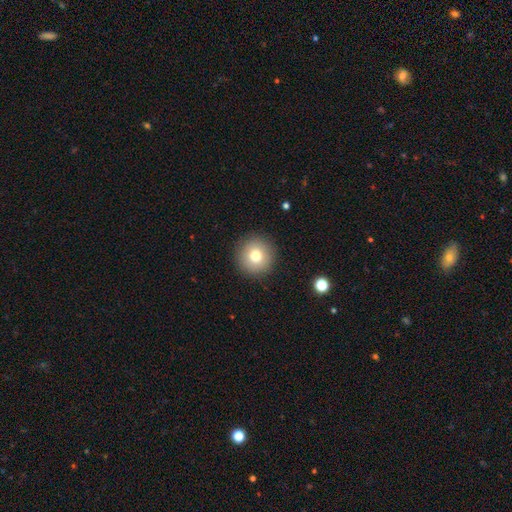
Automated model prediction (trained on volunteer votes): smooth_or_featured: smooth (p=0.75) [alt: featured or disk p=0.14]
how_rounded: round (p=0.96) [alt: in between p=0.03]
merging: none (p=0.91) [alt: minor disturbance p=0.05]